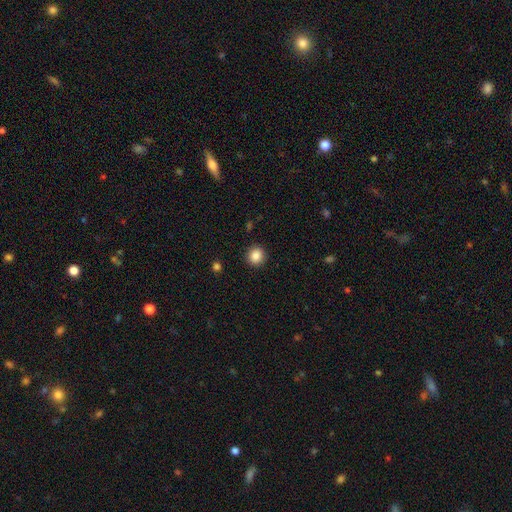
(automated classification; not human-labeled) This is clearly a smooth galaxy (86%). How rounded: clearly round (91%). Merging: clearly none (92%).